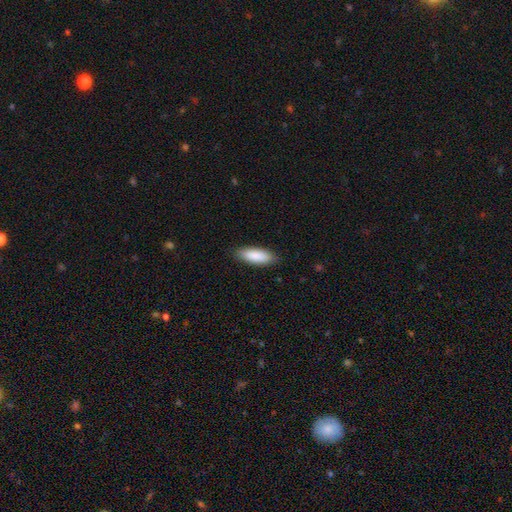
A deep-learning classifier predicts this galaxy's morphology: Smooth or featured? Predicted: smooth (p=0.88). How rounded? Predicted: in between (p=0.67). Merging? Predicted: none (p=0.88).